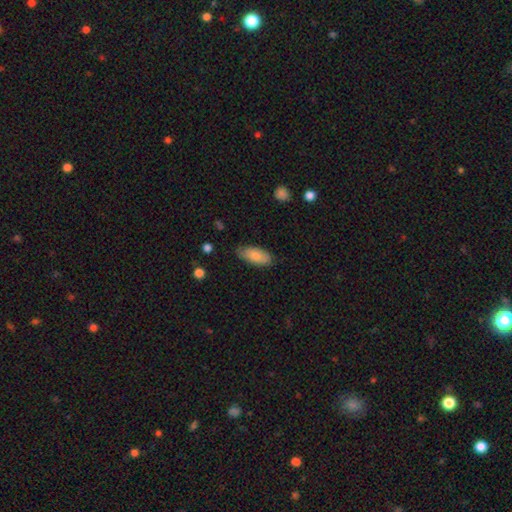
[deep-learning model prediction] Morphology: type=smooth (84%); roundness=in between (87%); merging=none (78%).